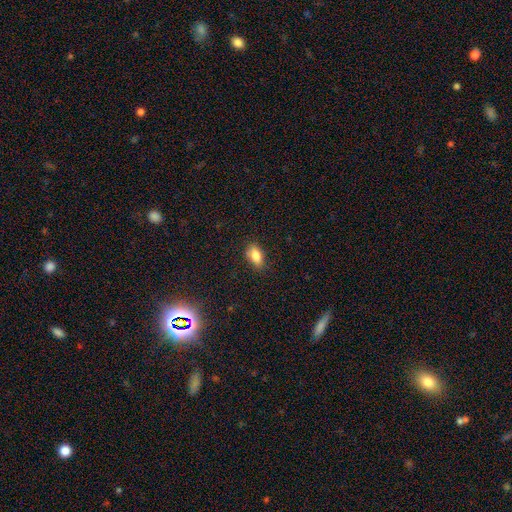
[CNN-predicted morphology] Smooth or featured: smooth — 83% (star or artifact — 9%)
How rounded: in between — 88% (round — 7%)
Merging: none — 79% (minor disturbance — 16%)